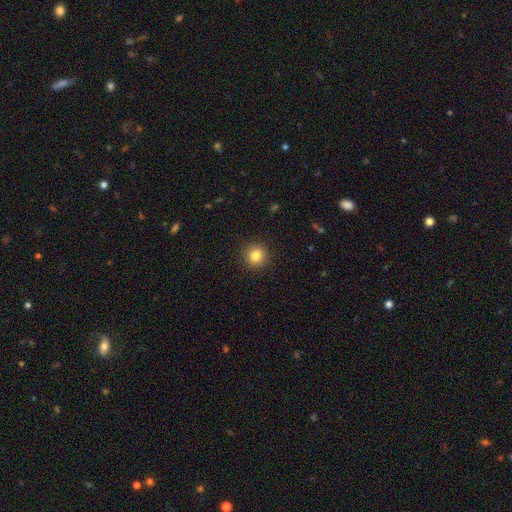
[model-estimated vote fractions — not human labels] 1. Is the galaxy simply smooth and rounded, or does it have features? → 83% smooth, 11% star or artifact, 6% featured or disk.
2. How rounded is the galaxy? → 93% round, 6% in between, 1% cigar-shaped.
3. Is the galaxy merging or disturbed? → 92% none, 5% minor disturbance, 2% major disturbance, 1% merger.